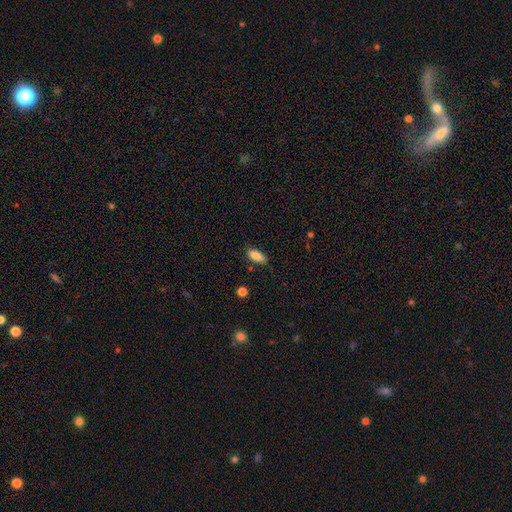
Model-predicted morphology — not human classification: Smooth or featured: smooth — 85% (star or artifact — 7%)
How rounded: in between — 84% (cigar-shaped — 14%)
Merging: none — 80% (minor disturbance — 16%)